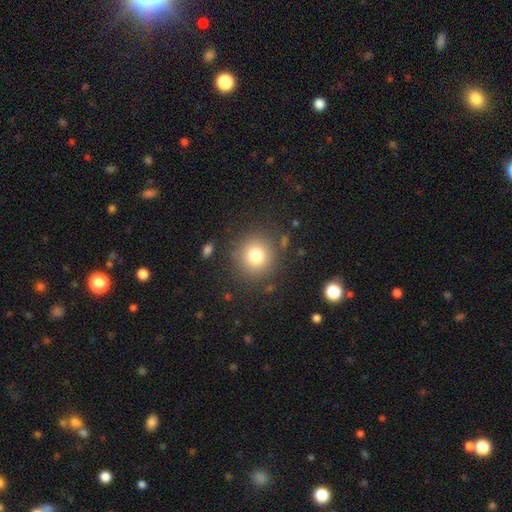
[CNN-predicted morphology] This is likely a smooth galaxy (78%). How rounded: clearly round (93%). Merging: clearly none (85%).